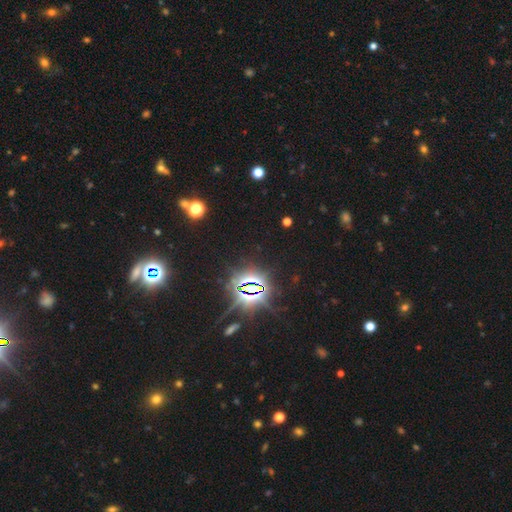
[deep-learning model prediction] Morphology: type=star or artifact (83%).